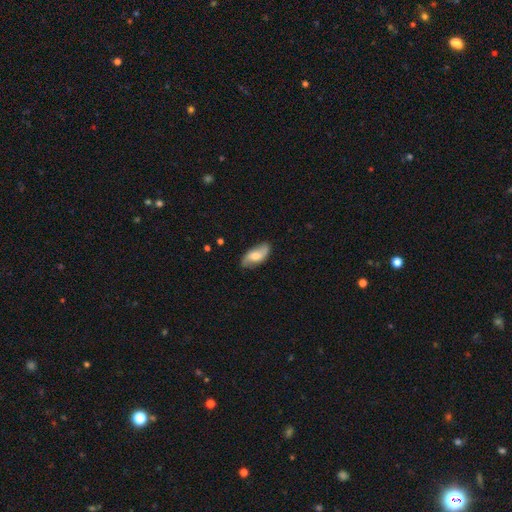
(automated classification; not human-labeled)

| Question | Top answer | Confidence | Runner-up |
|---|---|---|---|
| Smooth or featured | featured or disk | 55% | smooth (38%) |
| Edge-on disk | no | 92% | yes (8%) |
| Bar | no | 54% | weak (36%) |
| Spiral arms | yes | 90% | no (10%) |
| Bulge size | moderate | 50% | small (27%) |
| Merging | none | 78% | minor disturbance (17%) |